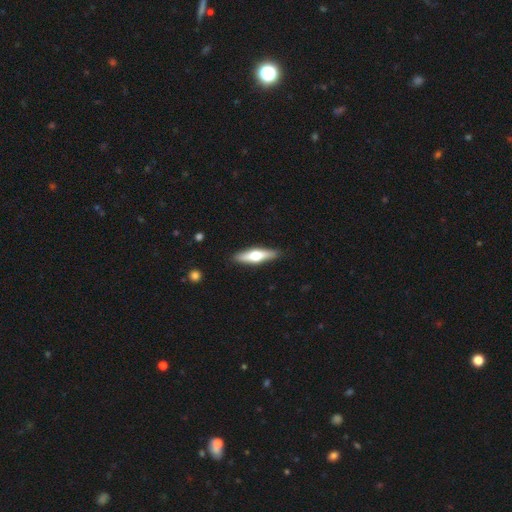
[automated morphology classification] smooth-or-featured: featured or disk: 50% | smooth: 45% | star or artifact: 5%
  disk-edge-on: yes: 92% | no: 8%
  merging: none: 89% | minor disturbance: 8% | major disturbance: 2% | merger: 1%